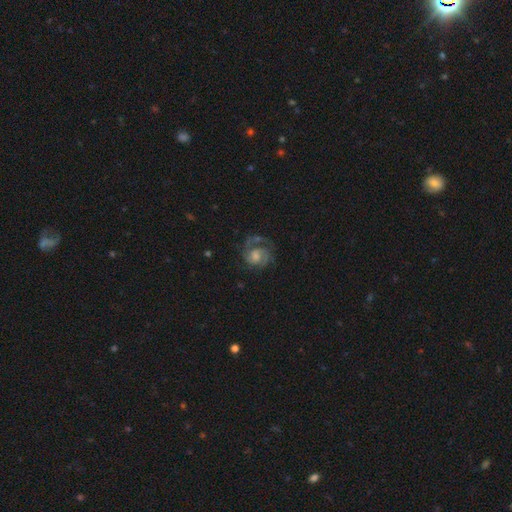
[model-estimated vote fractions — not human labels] This is likely a featured or disk galaxy (78%). It is clearly not viewed edge-on (98%). Bar: possibly no (58%). Spiral arm pattern: clearly yes (93%). Spiral arm count: possibly 2 (52%). Spiral winding: marginally medium (44%). Central bulge: marginally moderate (44%). Merging: likely none (60%).